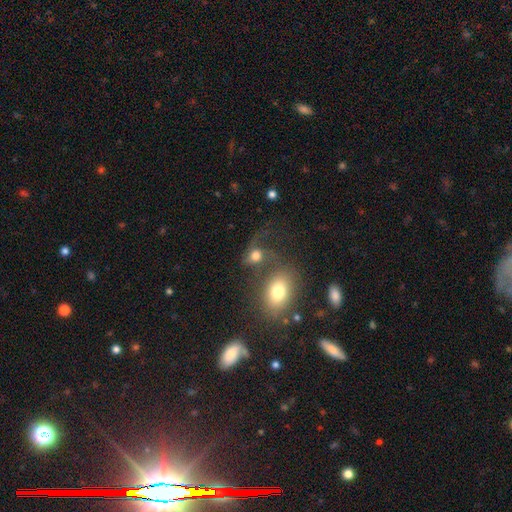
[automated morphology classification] smooth 56%, featured or disk 31%, star or artifact 13%. Down the decision tree: how rounded — round (50%); merging — merger (37%).